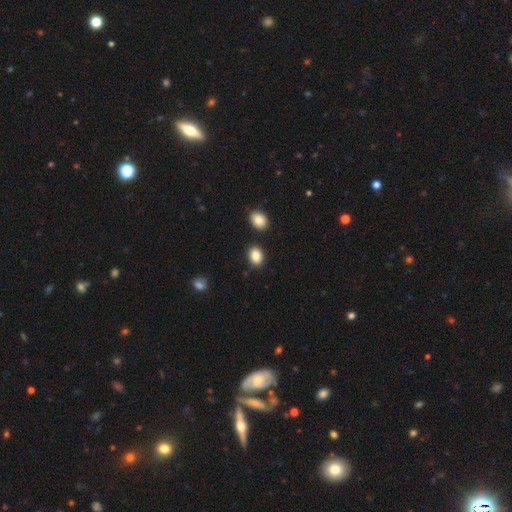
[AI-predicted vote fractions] This appears to be a smooth galaxy with no disk features (87%) that is in between round and cigar-shaped (67%). Merging: none (84%).